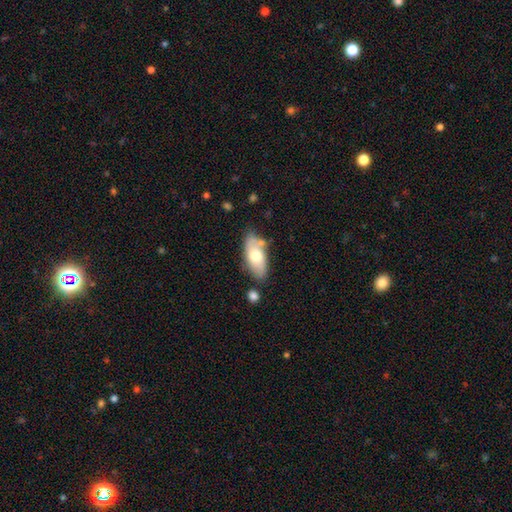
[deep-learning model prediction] Overall: smooth (65%; featured or disk 29%). How rounded: in between (86%). Merging: none (68%).